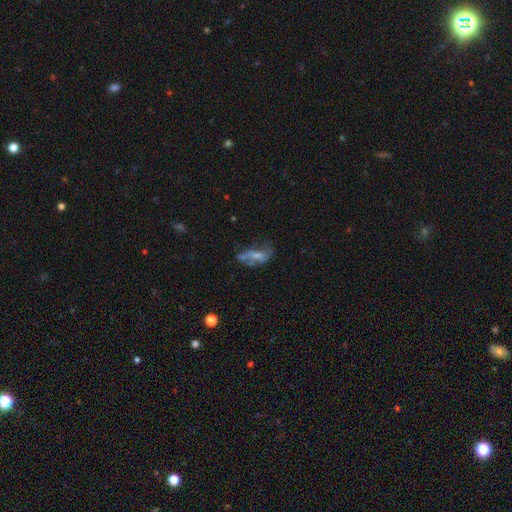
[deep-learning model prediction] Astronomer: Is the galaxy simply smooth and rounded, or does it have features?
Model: featured or disk — 56% (runner-up: smooth, 32%).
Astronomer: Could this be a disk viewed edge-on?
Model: no — 90%.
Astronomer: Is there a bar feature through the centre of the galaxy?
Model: no — 59%.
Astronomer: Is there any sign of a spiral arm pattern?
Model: no — 51% (runner-up: yes, 49%).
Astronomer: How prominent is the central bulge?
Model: small — 42% (runner-up: none, 28%).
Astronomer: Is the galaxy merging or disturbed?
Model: major disturbance — 34% (runner-up: none, 31%).